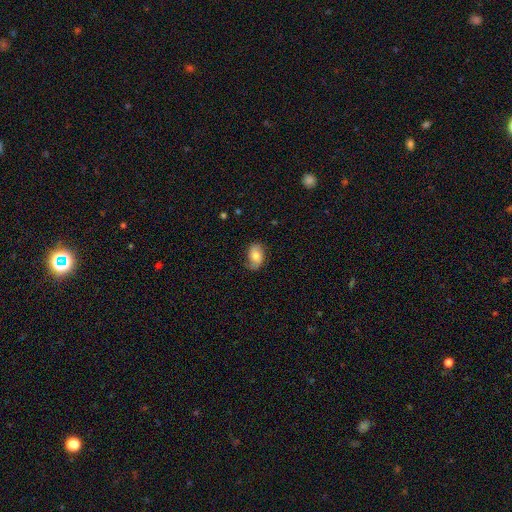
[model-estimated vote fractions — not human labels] smooth 55%, featured or disk 38%, star or artifact 8%. Down the decision tree: how rounded — in between (84%); merging — none (67%).